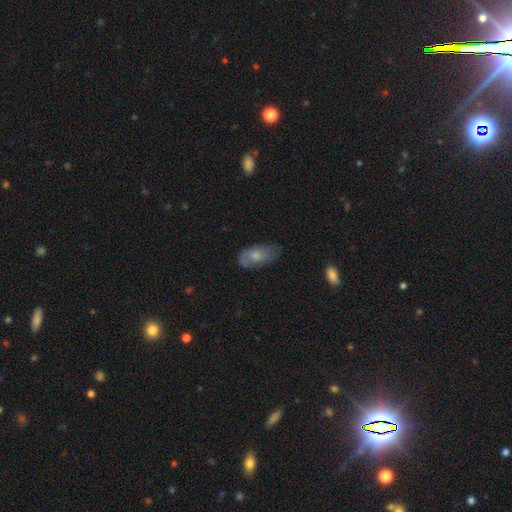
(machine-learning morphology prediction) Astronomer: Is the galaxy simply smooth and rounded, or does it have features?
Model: smooth — 61%.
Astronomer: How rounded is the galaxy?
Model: in between — 91%.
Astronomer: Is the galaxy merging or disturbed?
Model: none — 59%.